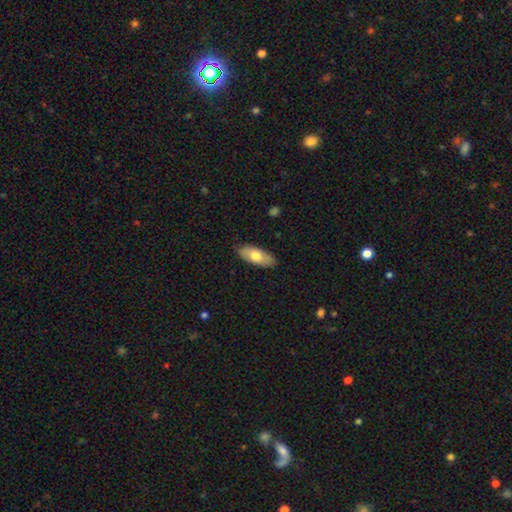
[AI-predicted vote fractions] smooth_or_featured: smooth (p=0.67) [alt: featured or disk p=0.27]
how_rounded: in between (p=0.85) [alt: cigar-shaped p=0.12]
merging: none (p=0.87) [alt: minor disturbance p=0.10]